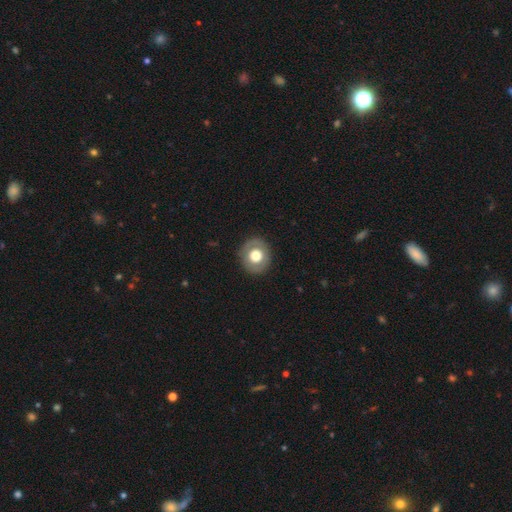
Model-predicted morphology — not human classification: smooth-or-featured: smooth: 60% | featured or disk: 33% | star or artifact: 7%
  how-rounded: round: 83% | in between: 16% | cigar-shaped: 1%
  merging: none: 86% | minor disturbance: 9% | major disturbance: 3% | merger: 1%